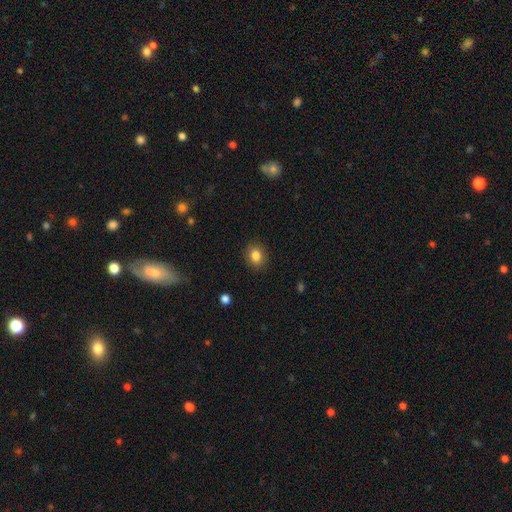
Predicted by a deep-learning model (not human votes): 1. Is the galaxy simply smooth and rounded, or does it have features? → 84% smooth, 10% star or artifact, 6% featured or disk.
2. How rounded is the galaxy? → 56% round, 43% in between, 1% cigar-shaped.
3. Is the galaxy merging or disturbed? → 89% none, 8% minor disturbance, 2% major disturbance, 1% merger.